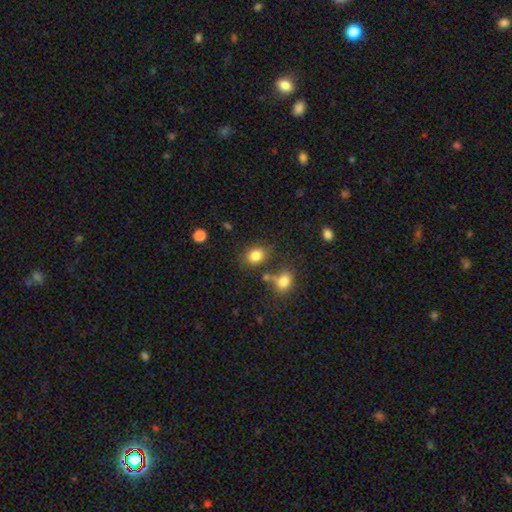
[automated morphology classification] Smooth or featured: smooth — 83% (star or artifact — 11%)
How rounded: round — 57% (in between — 42%)
Merging: none — 71% (minor disturbance — 13%)